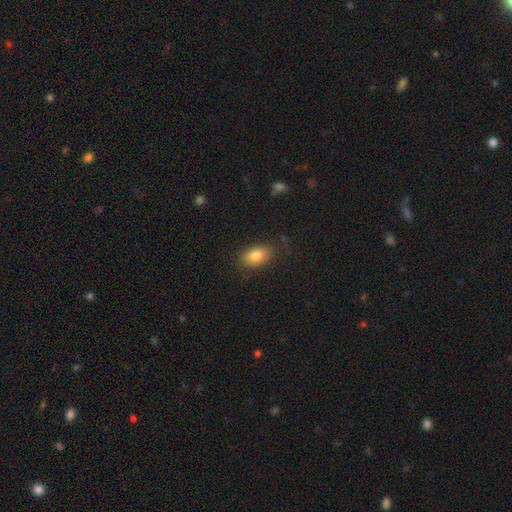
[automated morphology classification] Smooth or featured?
  - smooth: 83% *
  - featured or disk: 9%
  - star or artifact: 8%
How rounded?
  - in between: 90% *
  - round: 8%
  - cigar-shaped: 3%
Merging?
  - none: 82% *
  - minor disturbance: 13%
  - major disturbance: 4%
  - merger: 1%